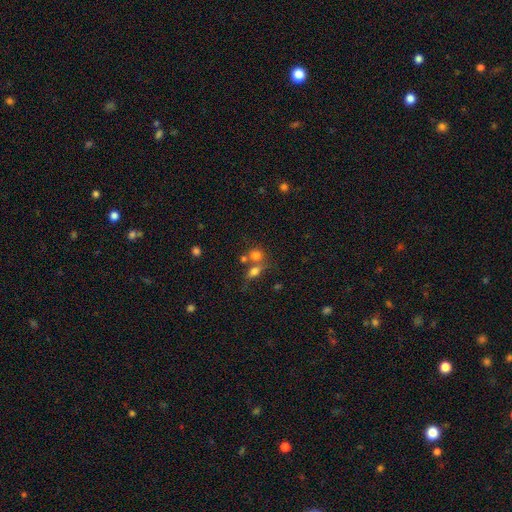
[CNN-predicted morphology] type=smooth (74%); roundness=round (63%); merging=merger (44%).